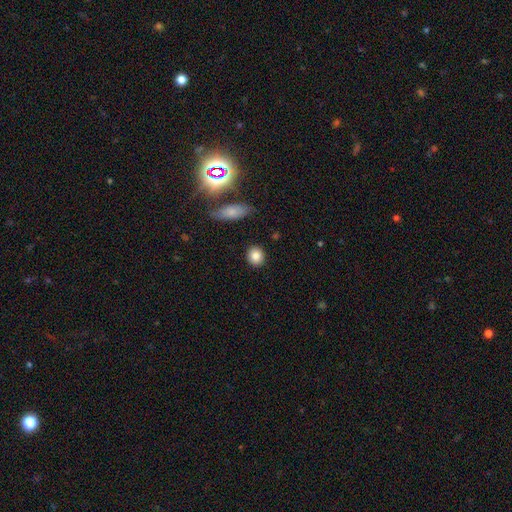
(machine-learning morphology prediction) smooth_or_featured: smooth (p=0.85) [alt: star or artifact p=0.09]
how_rounded: round (p=0.78) [alt: in between p=0.20]
merging: none (p=0.89) [alt: minor disturbance p=0.07]